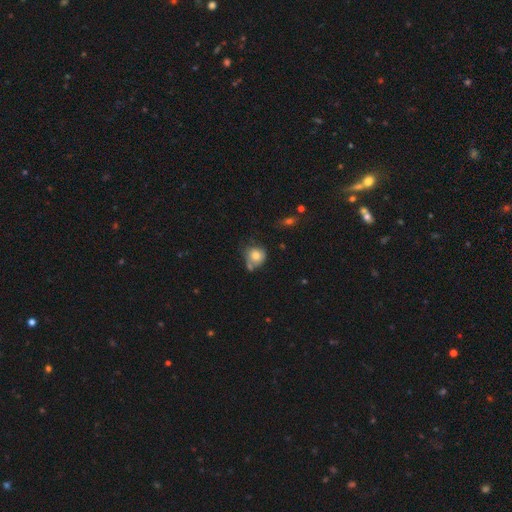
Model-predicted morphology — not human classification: Smooth or featured? Predicted: smooth (p=0.75). How rounded? Predicted: round (p=0.81). Merging? Predicted: none (p=0.49).